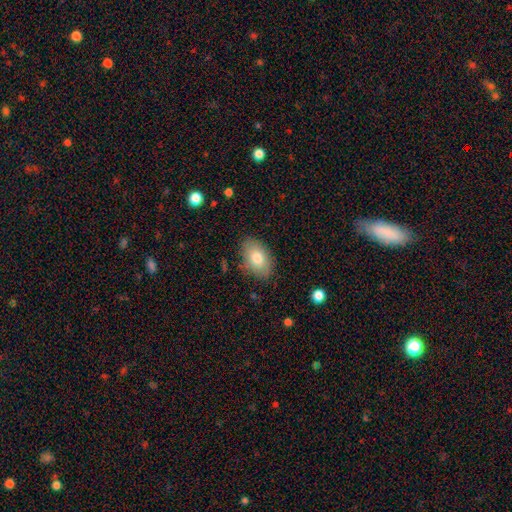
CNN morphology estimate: Smooth or featured?
  - smooth: 79% *
  - featured or disk: 14%
  - star or artifact: 8%
How rounded?
  - in between: 89% *
  - round: 9%
  - cigar-shaped: 1%
Merging?
  - none: 84% *
  - minor disturbance: 13%
  - major disturbance: 3%
  - merger: 1%